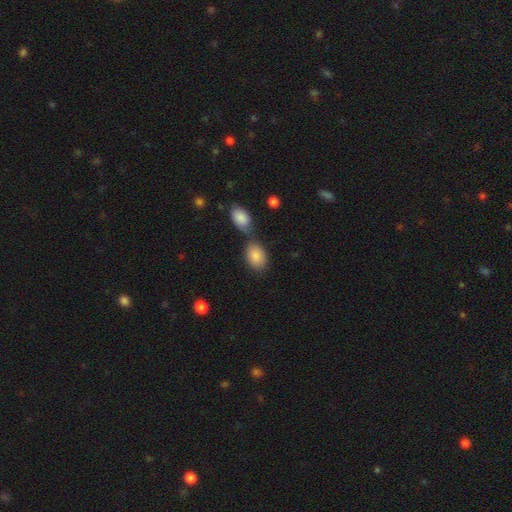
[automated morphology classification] type=smooth (86%); roundness=in between (86%); merging=none (52%).